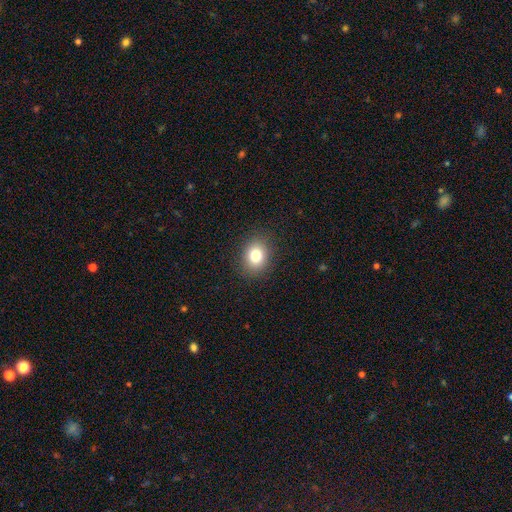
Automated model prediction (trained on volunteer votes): A smooth galaxy with no disk features (80%) that is round (52%).

Vote fractions:
- Smooth or featured? smooth: 80% / star or artifact: 11% / featured or disk: 9%
- How rounded? round: 52% / in between: 47% / cigar-shaped: 1%
- Merging? none: 88% / minor disturbance: 8% / major disturbance: 3% / merger: 1%